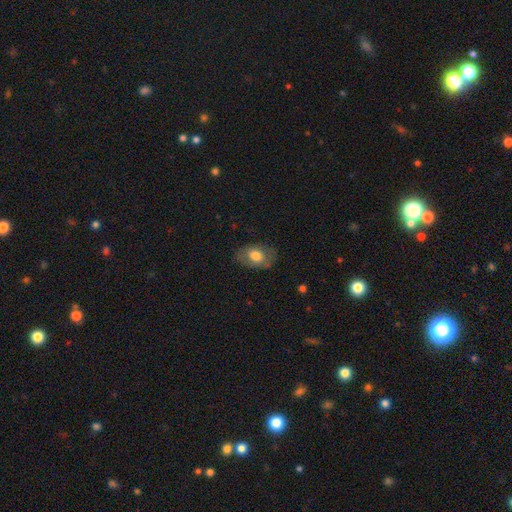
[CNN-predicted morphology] type=smooth (71%); roundness=in between (84%); merging=none (76%).